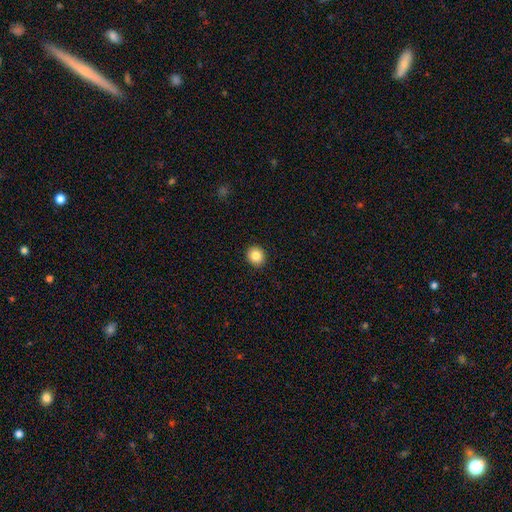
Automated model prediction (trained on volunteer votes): A smooth galaxy with no disk features (84%) that is round (85%). Merging: none (92%).